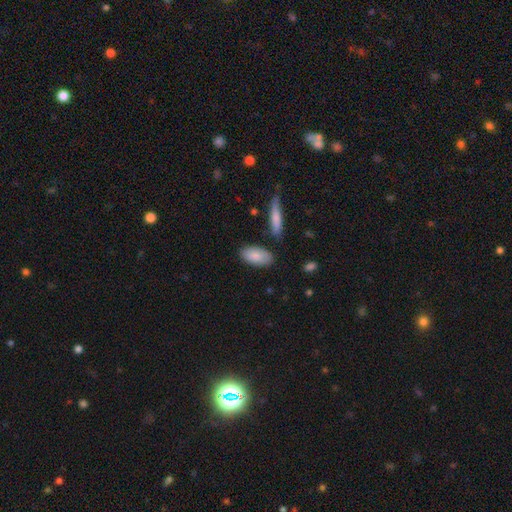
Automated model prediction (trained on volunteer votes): Overall: smooth (85%). How rounded: in between (91%). Merging: none (79%).